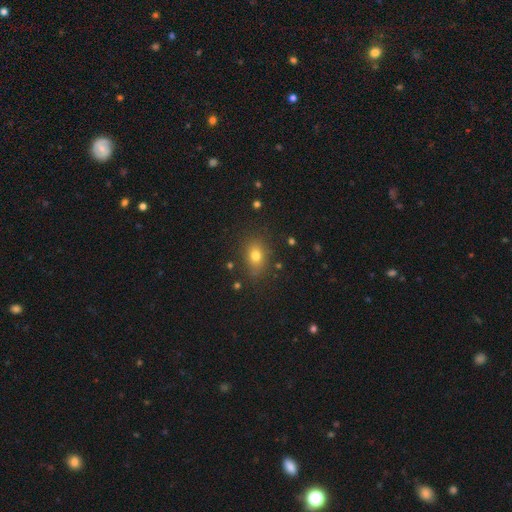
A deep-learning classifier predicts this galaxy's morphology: Smooth or featured?
  - smooth: 76% *
  - star or artifact: 14%
  - featured or disk: 11%
How rounded?
  - in between: 66% *
  - round: 32%
  - cigar-shaped: 2%
Merging?
  - none: 82% *
  - minor disturbance: 12%
  - major disturbance: 4%
  - merger: 2%